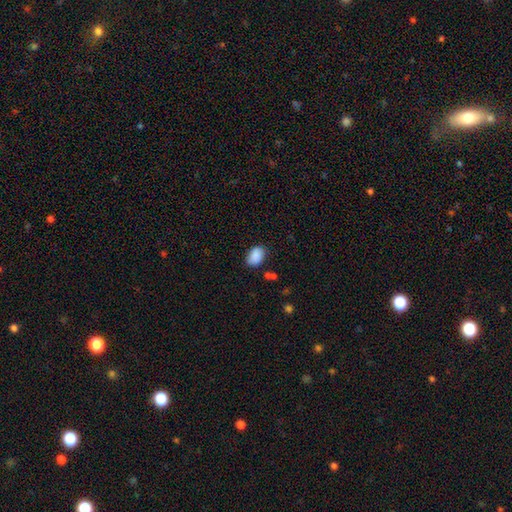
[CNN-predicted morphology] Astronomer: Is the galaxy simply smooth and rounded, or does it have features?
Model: smooth — 88%.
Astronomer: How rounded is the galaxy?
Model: in between — 82%.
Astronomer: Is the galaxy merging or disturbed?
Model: none — 75%.